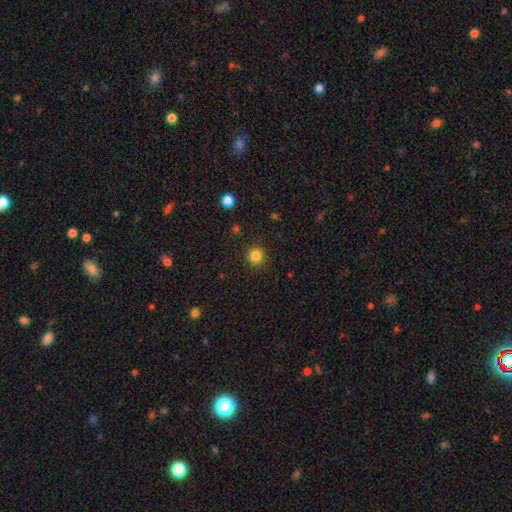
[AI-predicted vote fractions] Smooth or featured? smooth (83%)
How rounded? round (93%)
Merging? none (91%)